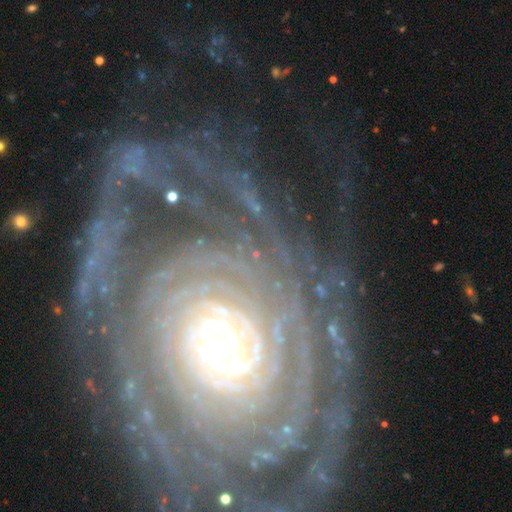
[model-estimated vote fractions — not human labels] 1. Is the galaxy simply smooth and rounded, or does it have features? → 84% featured or disk, 10% star or artifact, 6% smooth.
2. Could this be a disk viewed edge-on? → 95% no, 5% yes.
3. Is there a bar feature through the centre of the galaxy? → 47% no, 27% strong, 26% weak.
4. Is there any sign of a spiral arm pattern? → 96% yes, 4% no.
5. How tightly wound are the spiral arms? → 79% tight, 16% medium, 5% loose.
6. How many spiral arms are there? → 25% can't tell, 22% more than 4, 15% 4, 14% 2, 14% 3, 11% 1.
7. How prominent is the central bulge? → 47% moderate, 33% small, 14% large, 3% none, 3% dominant.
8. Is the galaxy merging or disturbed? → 71% none, 14% minor disturbance, 12% major disturbance, 3% merger.